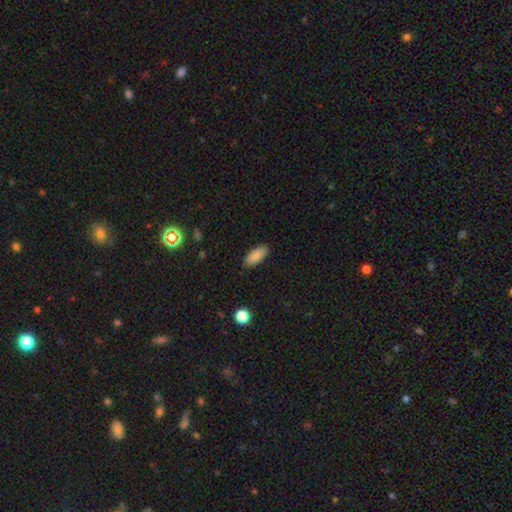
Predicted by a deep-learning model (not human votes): smooth 89%, star or artifact 7%, featured or disk 4%. Down the decision tree: how rounded — in between (86%); merging — none (88%).